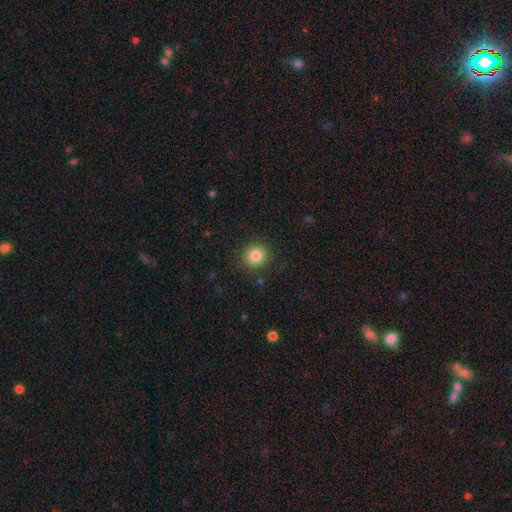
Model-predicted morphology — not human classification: This appears to be a smooth galaxy with no disk features (84%) that is round (91%). Merging: none (90%).